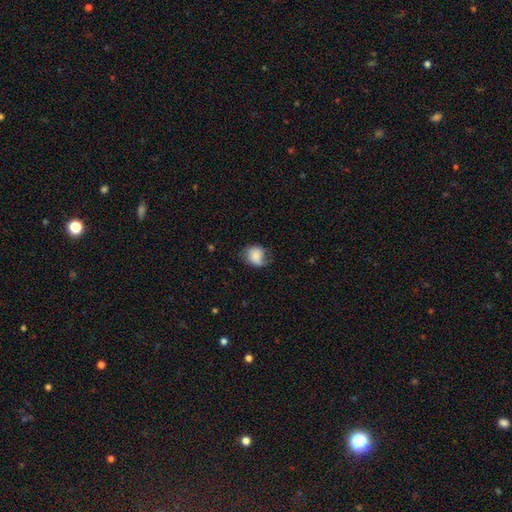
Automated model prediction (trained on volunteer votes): smooth 69%, featured or disk 23%, star or artifact 8%. Down the decision tree: how rounded — round (58%); merging — none (47%).